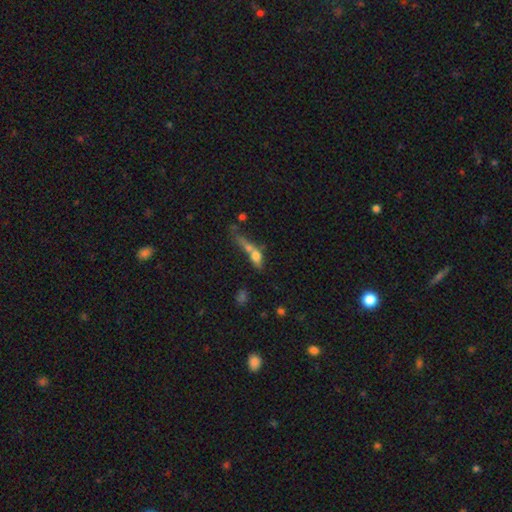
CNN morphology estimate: Q: Smooth or featured?
A: smooth (60%); runner-up: featured or disk (27%)
Q: How rounded?
A: in between (52%); runner-up: cigar-shaped (33%)
Q: Merging?
A: merger (54%); runner-up: none (19%)